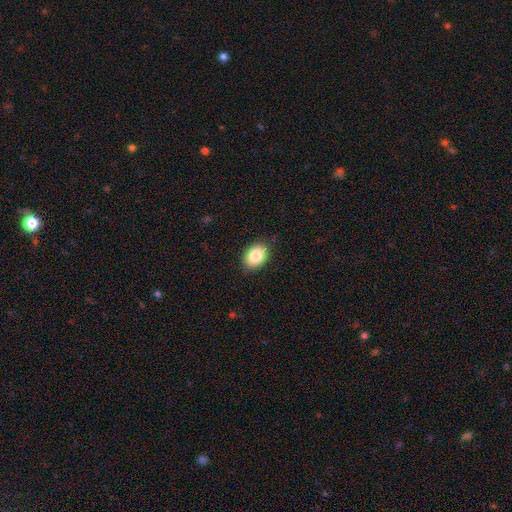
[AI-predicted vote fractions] Smooth or featured? smooth (85%)
How rounded? in between (79%)
Merging? none (87%)